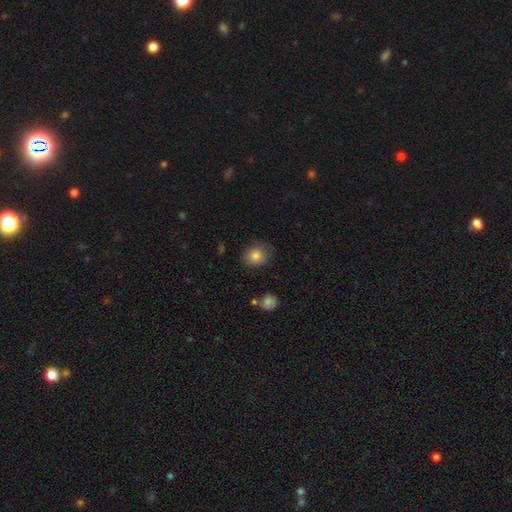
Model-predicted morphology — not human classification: The model was most divided on "how rounded": round: 67%, in between: 32%, cigar-shaped: 1%. More confident: smooth or featured — smooth (83%); merging — none (77%).